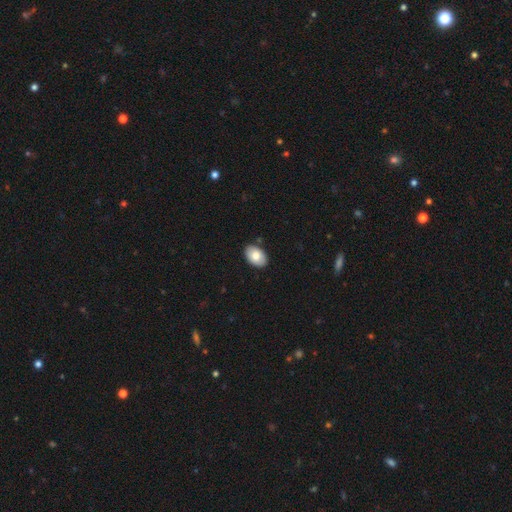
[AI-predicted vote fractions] Overall: smooth (78%). How rounded: in between (89%). Merging: none (87%).